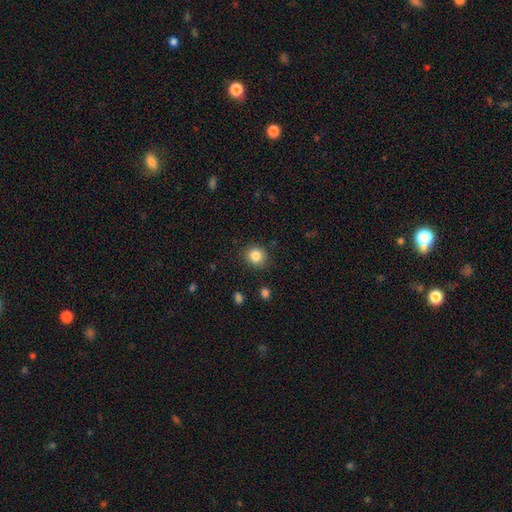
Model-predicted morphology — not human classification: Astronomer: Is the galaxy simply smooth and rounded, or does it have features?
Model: smooth — 84%.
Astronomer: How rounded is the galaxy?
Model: round — 80%.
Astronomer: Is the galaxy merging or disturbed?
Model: none — 86%.